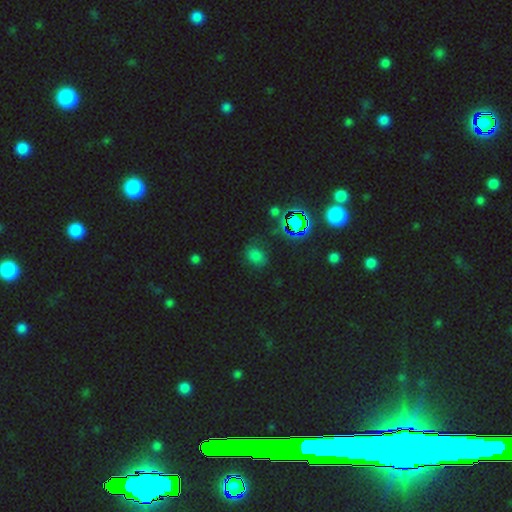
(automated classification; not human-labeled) Smooth or featured: smooth — 51% (star or artifact — 39%)
How rounded: in between — 55% (round — 43%)
Merging: none — 71% (minor disturbance — 18%)